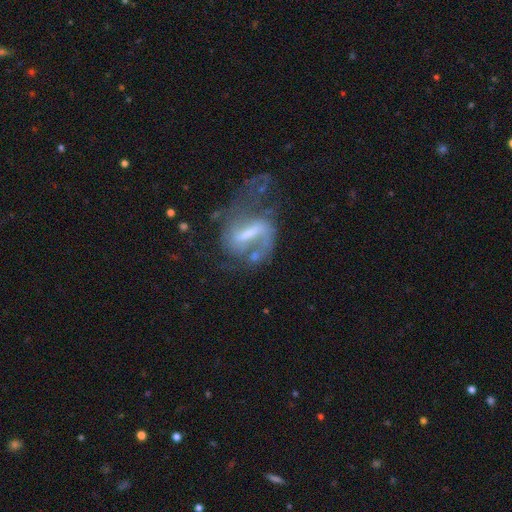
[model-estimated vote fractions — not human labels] The model was most divided on "bulge size": moderate: 34%, small: 32%, none: 24%, large: 9%, dominant: 2%. Remaining: edge-on disk — no (95%); spiral arms — yes (86%); smooth or featured — featured or disk (80%); spiral arm count — 2 (67%); bar — strong (56%); spiral winding — medium (45%); merging — none (39%).